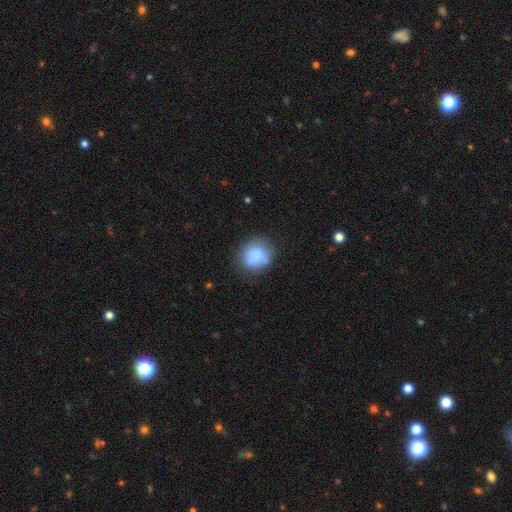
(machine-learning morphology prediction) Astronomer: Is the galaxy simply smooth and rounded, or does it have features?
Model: smooth — 79%.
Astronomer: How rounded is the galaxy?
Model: round — 80%.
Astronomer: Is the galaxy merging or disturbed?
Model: none — 65%.